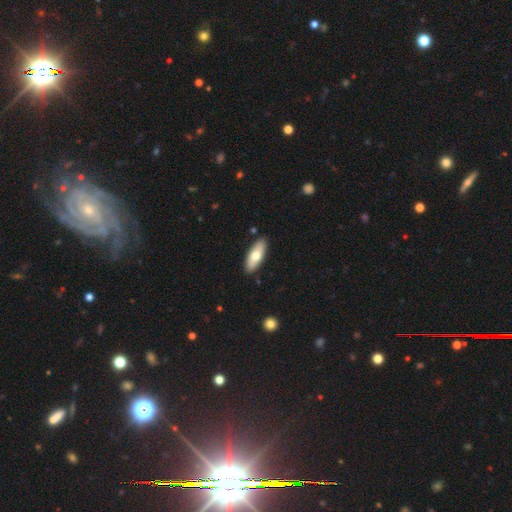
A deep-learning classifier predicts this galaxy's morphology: A smooth galaxy with no disk features (68%) that is in between round and cigar-shaped (70%).

Vote fractions:
- Smooth or featured? smooth: 68% / featured or disk: 27% / star or artifact: 5%
- How rounded? in between: 70% / cigar-shaped: 28% / round: 2%
- Merging? none: 89% / minor disturbance: 8% / major disturbance: 2% / merger: 2%